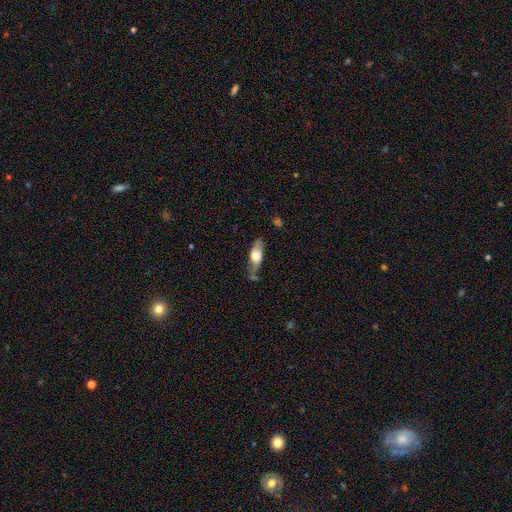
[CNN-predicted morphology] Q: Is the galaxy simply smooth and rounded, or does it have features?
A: smooth — 51%.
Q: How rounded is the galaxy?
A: in between — 68%.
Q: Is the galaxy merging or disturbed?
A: none — 58%.